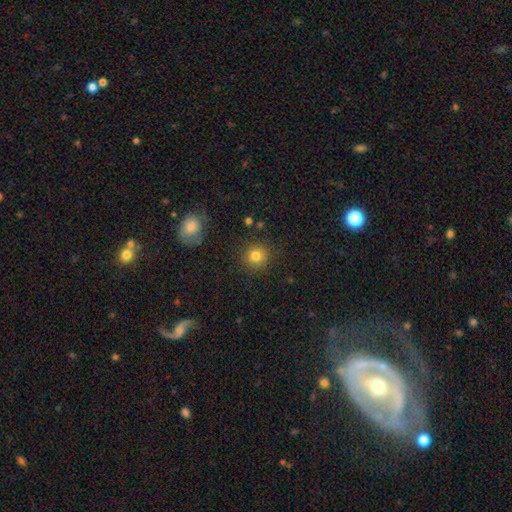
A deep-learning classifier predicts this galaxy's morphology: A smooth galaxy with no disk features (82%) that is round (89%). Merging: none (87%).